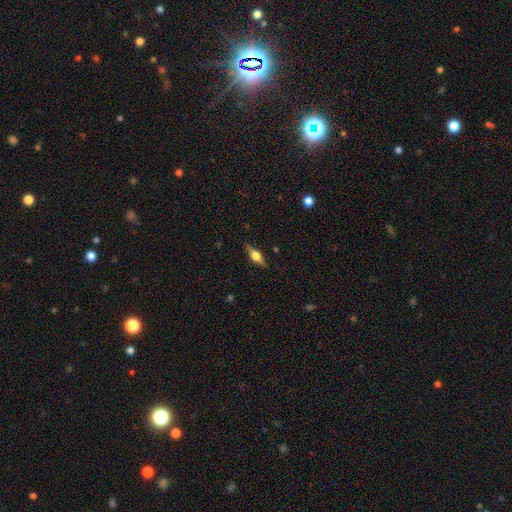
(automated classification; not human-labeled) Smooth or featured? featured or disk (64%)
Edge-on disk? yes (96%)
Edge-on bulge? rounded (90%)
Merging? none (85%)